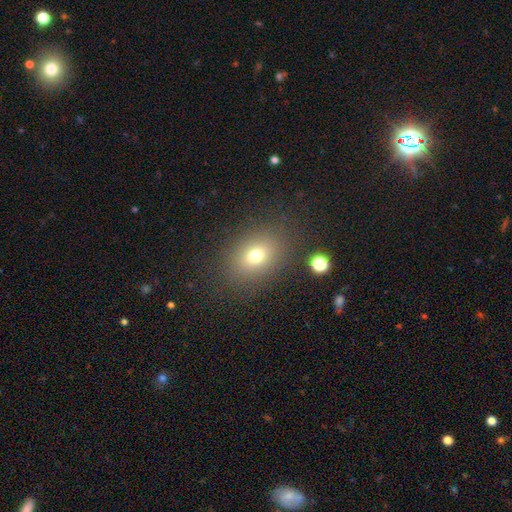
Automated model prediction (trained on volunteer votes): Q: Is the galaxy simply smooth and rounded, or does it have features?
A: smooth — 73%.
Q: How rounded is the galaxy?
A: in between — 62%.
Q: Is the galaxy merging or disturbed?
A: none — 84%.